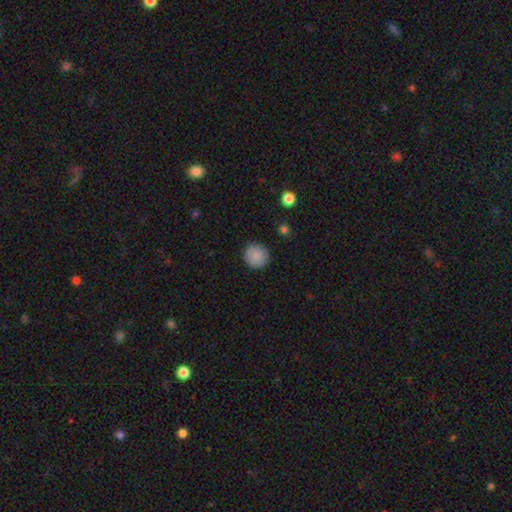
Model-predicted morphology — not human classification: Smooth or featured: smooth — 88% (star or artifact — 8%)
How rounded: round — 93% (in between — 6%)
Merging: none — 90% (minor disturbance — 7%)